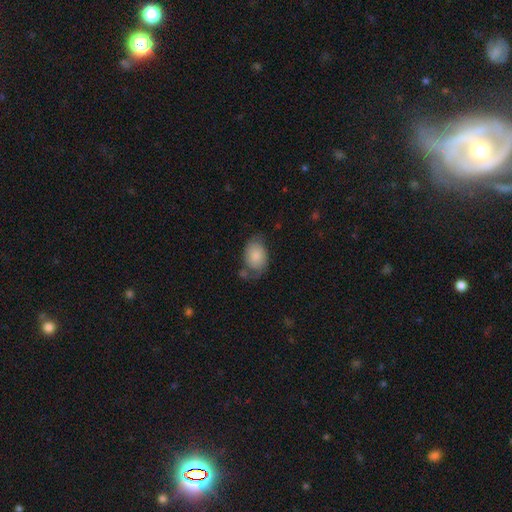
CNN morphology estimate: type=smooth (71%); roundness=in between (80%); merging=none (46%).